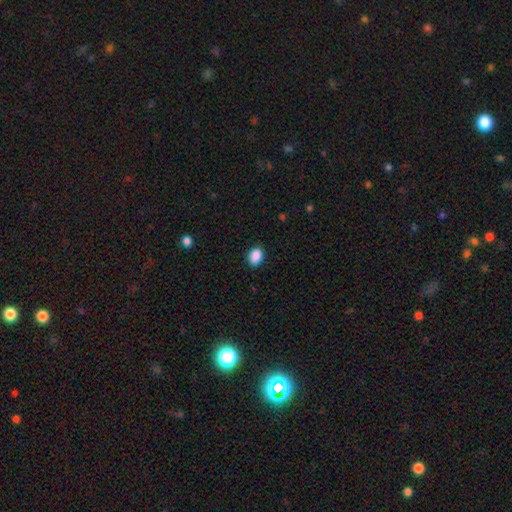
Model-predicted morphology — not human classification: smooth 89%, star or artifact 8%, featured or disk 3%. Down the decision tree: how rounded — in between (69%); merging — none (88%).